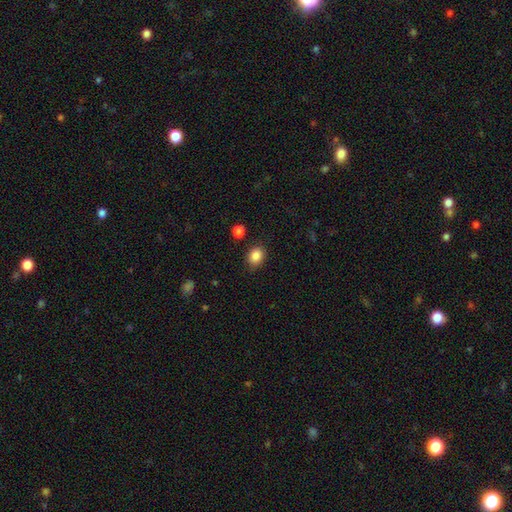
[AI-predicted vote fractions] smooth_or_featured: smooth (p=0.87) [alt: star or artifact p=0.09]
how_rounded: in between (p=0.51) [alt: round p=0.48]
merging: none (p=0.84) [alt: minor disturbance p=0.11]